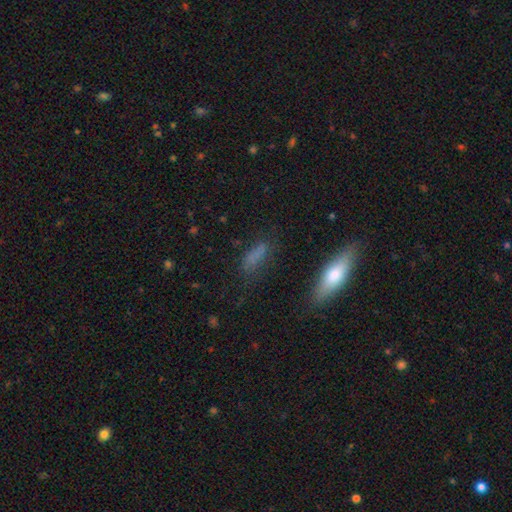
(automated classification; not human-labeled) This is likely a smooth galaxy (69%). How rounded: possibly in between (49%). Merging: likely none (64%).